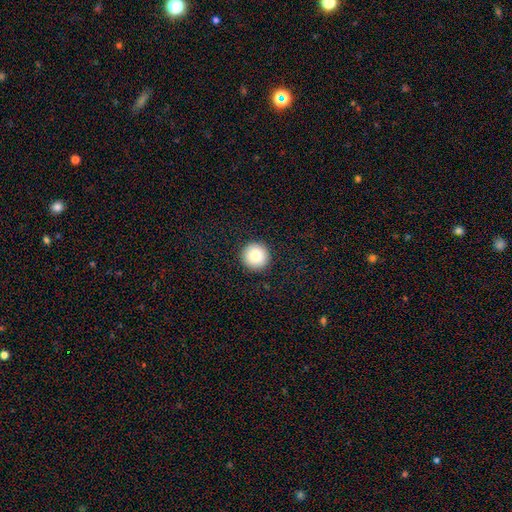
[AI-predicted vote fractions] This appears to be a smooth galaxy with no disk features (84%) that is round (96%). Merging: none (92%).